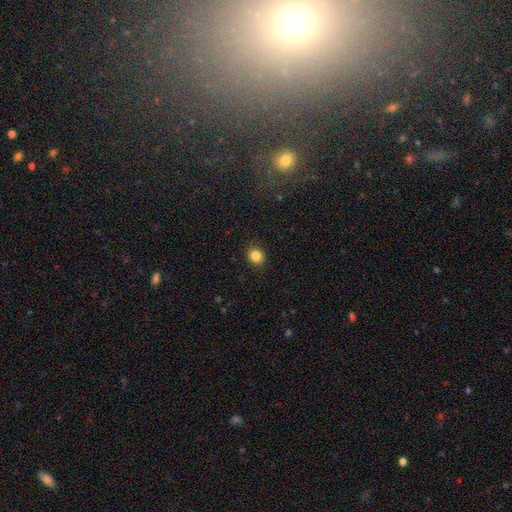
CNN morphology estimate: Smooth or featured?
  - smooth: 85% *
  - star or artifact: 11%
  - featured or disk: 4%
How rounded?
  - round: 77% *
  - in between: 23%
  - cigar-shaped: 1%
Merging?
  - none: 90% *
  - minor disturbance: 7%
  - major disturbance: 2%
  - merger: 1%